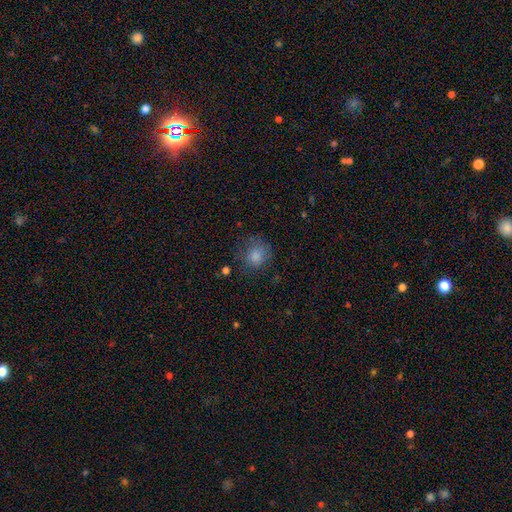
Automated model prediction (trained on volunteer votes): smooth_or_featured: smooth (p=0.75) [alt: star or artifact p=0.13]
how_rounded: round (p=0.82) [alt: in between p=0.17]
merging: none (p=0.67) [alt: minor disturbance p=0.20]